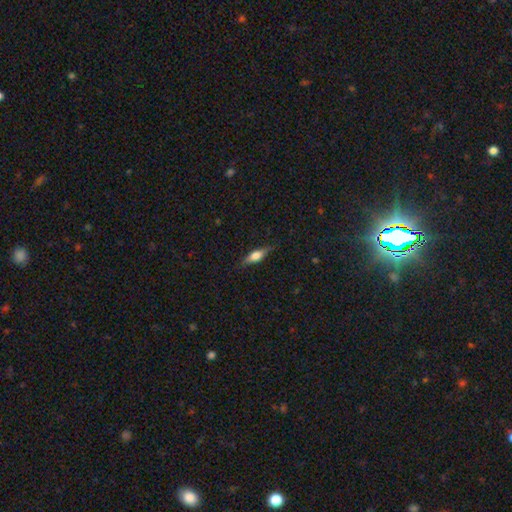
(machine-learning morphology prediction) The model was most divided on "smooth or featured": featured or disk: 48%, smooth: 45%, star or artifact: 7%. More confident: merging — none (82%).